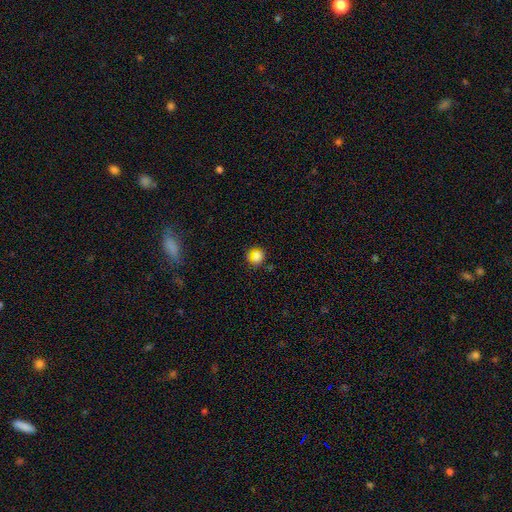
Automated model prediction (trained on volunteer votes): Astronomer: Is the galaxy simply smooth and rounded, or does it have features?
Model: smooth — 68%.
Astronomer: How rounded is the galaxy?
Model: round — 81%.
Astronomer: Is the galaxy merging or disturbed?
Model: none — 81%.